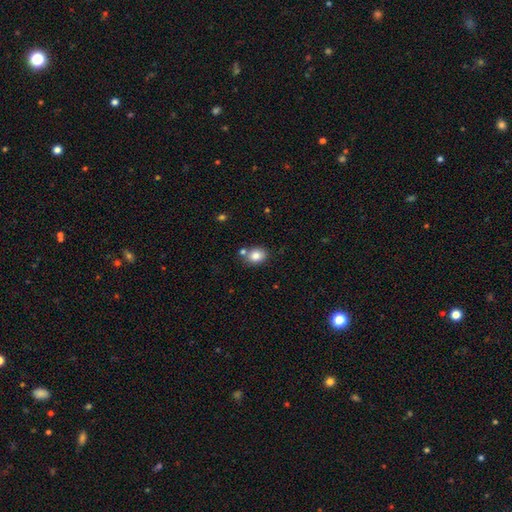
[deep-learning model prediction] smooth_or_featured: smooth (p=0.82) [alt: star or artifact p=0.09]
how_rounded: in between (p=0.52) [alt: round p=0.47]
merging: none (p=0.69) [alt: merger p=0.15]